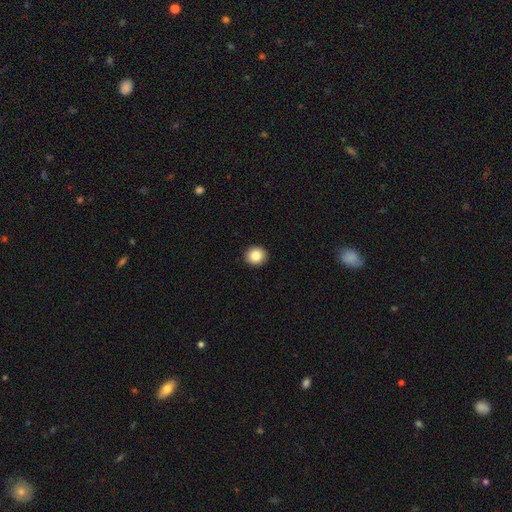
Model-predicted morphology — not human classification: Smooth or featured?
  - smooth: 85% *
  - star or artifact: 9%
  - featured or disk: 6%
How rounded?
  - round: 88% *
  - in between: 11%
  - cigar-shaped: 1%
Merging?
  - none: 93% *
  - minor disturbance: 5%
  - major disturbance: 1%
  - merger: 1%